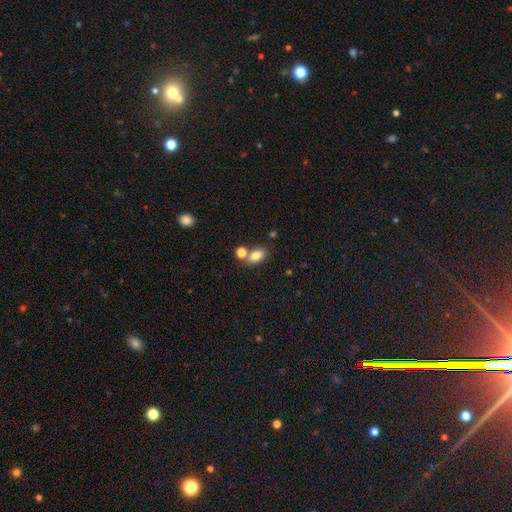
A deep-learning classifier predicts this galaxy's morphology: Overall: smooth (81%). How rounded: in between (81%). Merging: none (59%; merger 26%).